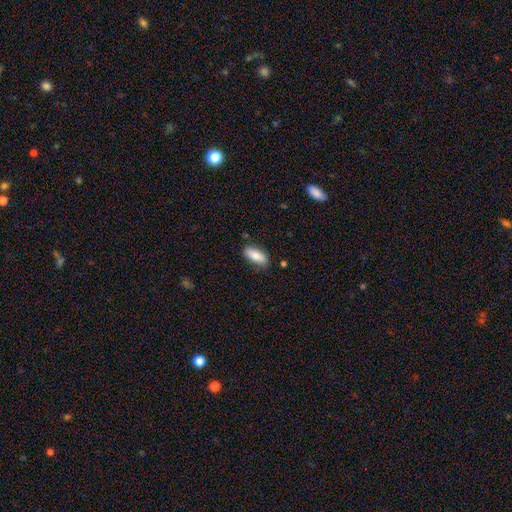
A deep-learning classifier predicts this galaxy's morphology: smooth-or-featured: smooth: 79% | featured or disk: 14% | star or artifact: 7%
  how-rounded: in between: 84% | cigar-shaped: 14% | round: 2%
  merging: none: 81% | minor disturbance: 14% | major disturbance: 3% | merger: 2%